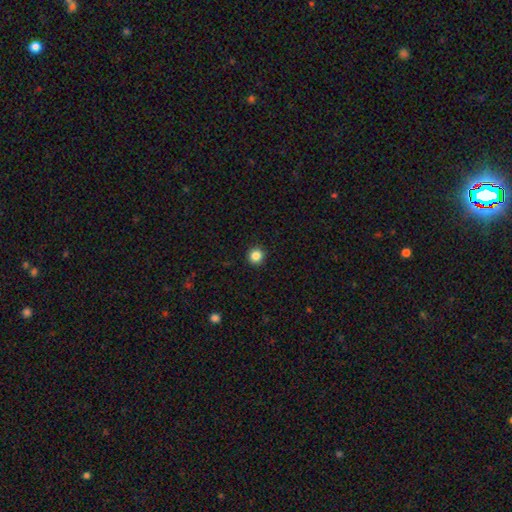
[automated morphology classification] smooth_or_featured: smooth (p=0.85) [alt: star or artifact p=0.11]
how_rounded: round (p=0.93) [alt: in between p=0.06]
merging: none (p=0.93) [alt: minor disturbance p=0.05]